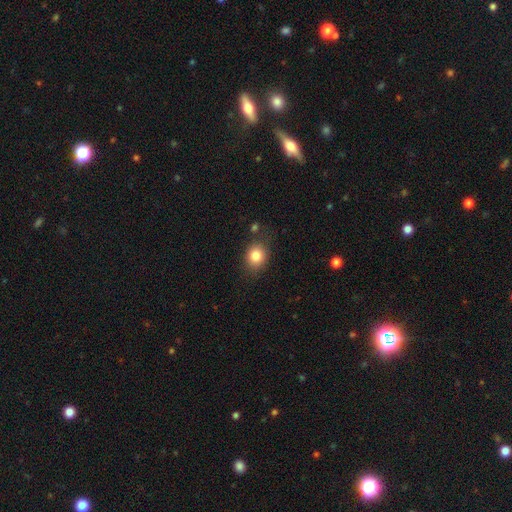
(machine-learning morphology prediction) This is clearly a smooth galaxy (83%). How rounded: possibly round (57%). Merging: likely none (77%).